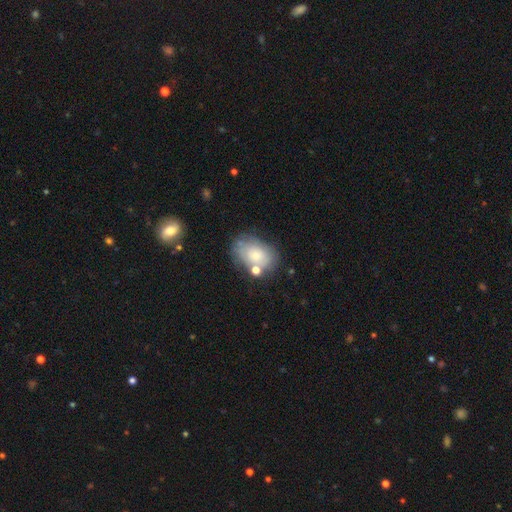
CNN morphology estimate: Q: Smooth or featured?
A: smooth (63%); runner-up: featured or disk (28%)
Q: How rounded?
A: in between (79%); runner-up: round (20%)
Q: Merging?
A: none (58%); runner-up: minor disturbance (22%)